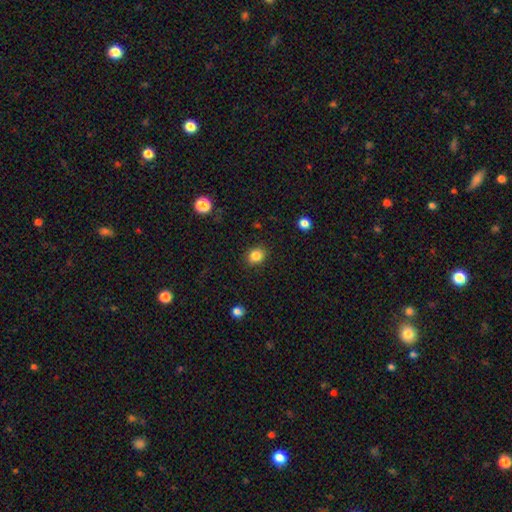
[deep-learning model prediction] Smooth or featured? Predicted: smooth (p=0.85). How rounded? Predicted: round (p=0.65). Merging? Predicted: none (p=0.88).